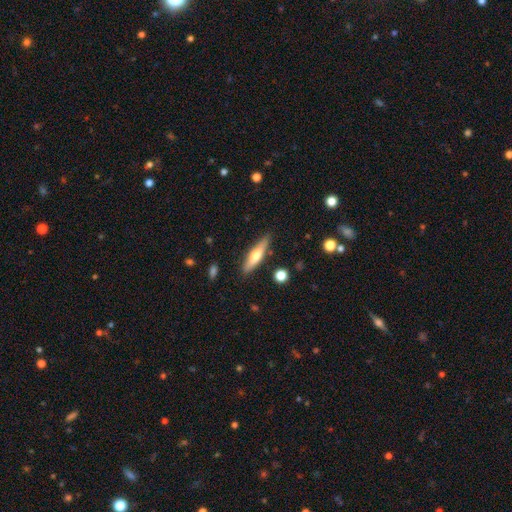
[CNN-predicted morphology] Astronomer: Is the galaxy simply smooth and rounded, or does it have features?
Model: smooth — 52% (runner-up: featured or disk, 42%).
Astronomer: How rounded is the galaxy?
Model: cigar-shaped — 75%.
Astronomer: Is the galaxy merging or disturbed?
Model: none — 84%.